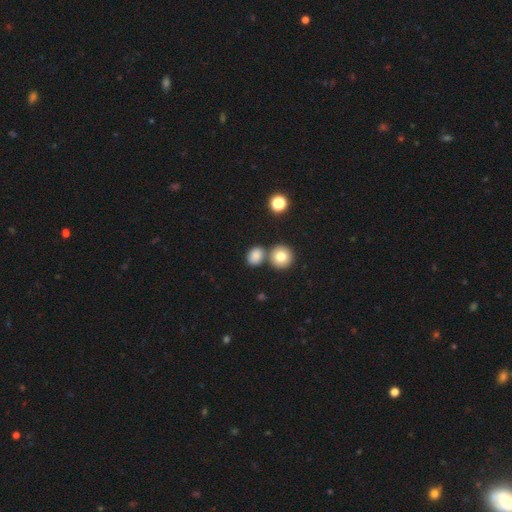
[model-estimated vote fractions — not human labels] Q: Smooth or featured?
A: smooth (83%); runner-up: star or artifact (11%)
Q: How rounded?
A: round (49%); tied with: in between (49%)
Q: Merging?
A: none (65%); runner-up: merger (20%)